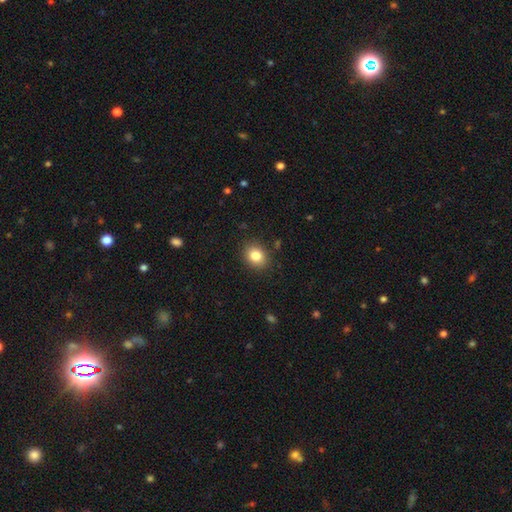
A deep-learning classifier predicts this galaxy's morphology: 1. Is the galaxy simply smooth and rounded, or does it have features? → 83% smooth, 10% star or artifact, 7% featured or disk.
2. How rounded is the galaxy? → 58% round, 41% in between, 1% cigar-shaped.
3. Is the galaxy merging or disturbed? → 88% none, 8% minor disturbance, 2% major disturbance, 1% merger.